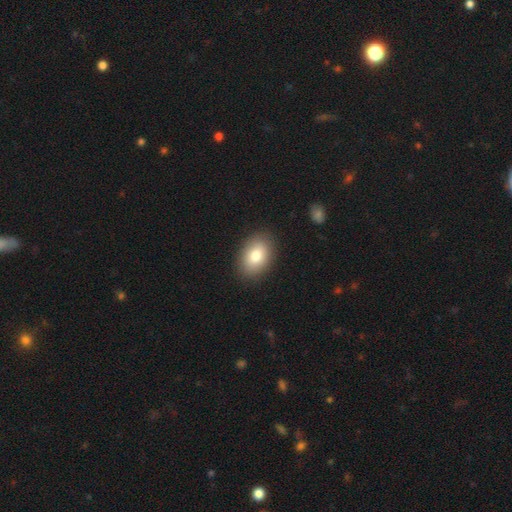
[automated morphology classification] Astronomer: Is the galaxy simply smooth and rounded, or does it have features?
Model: smooth — 81%.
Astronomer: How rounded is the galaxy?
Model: in between — 84%.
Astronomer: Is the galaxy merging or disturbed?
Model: none — 88%.